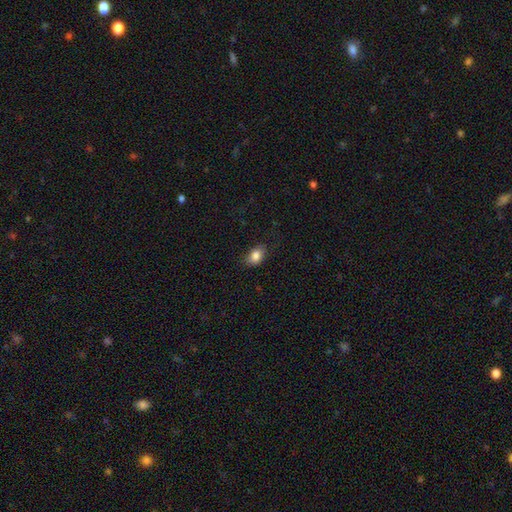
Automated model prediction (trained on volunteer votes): Smooth or featured: smooth — 84% (star or artifact — 8%)
How rounded: in between — 83% (round — 15%)
Merging: none — 79% (minor disturbance — 16%)